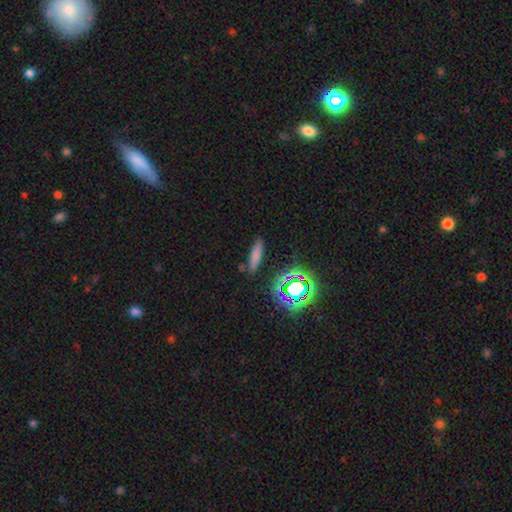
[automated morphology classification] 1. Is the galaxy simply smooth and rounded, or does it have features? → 70% smooth, 18% star or artifact, 12% featured or disk.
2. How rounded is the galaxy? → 73% cigar-shaped, 24% in between, 3% round.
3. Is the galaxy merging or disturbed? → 84% none, 10% minor disturbance, 3% merger, 3% major disturbance.